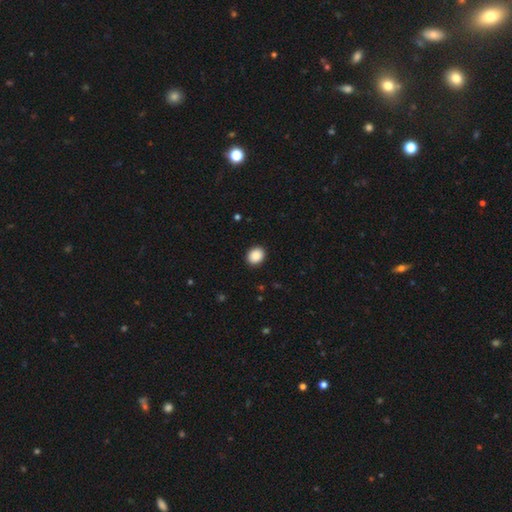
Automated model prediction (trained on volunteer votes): The model was most divided on "how rounded": round: 61%, in between: 39%, cigar-shaped: 1%. More confident: merging — none (92%); smooth or featured — smooth (89%).